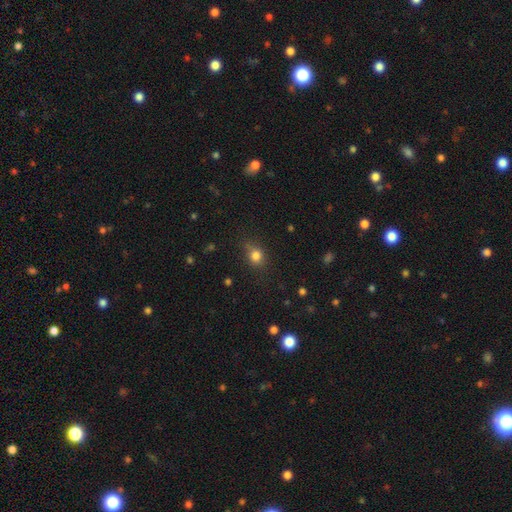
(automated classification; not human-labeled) This appears to be a smooth galaxy with no disk features (81%) that is round (69%). Merging: none (69%).